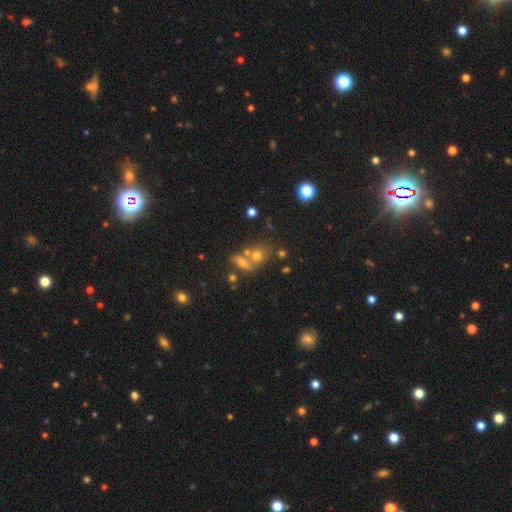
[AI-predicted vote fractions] Smooth or featured: smooth — 55% (star or artifact — 26%)
How rounded: round — 62% (in between — 33%)
Merging: merger — 46% (none — 41%)